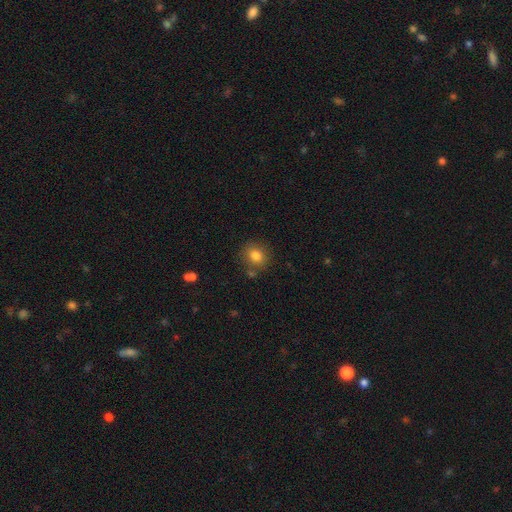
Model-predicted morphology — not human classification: Overall: smooth (81%). How rounded: round (75%). Merging: none (81%).